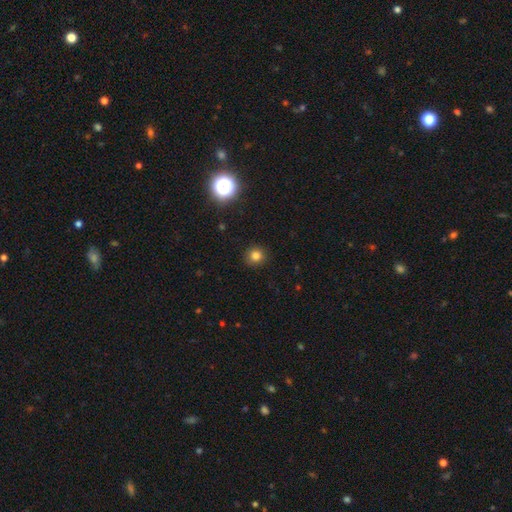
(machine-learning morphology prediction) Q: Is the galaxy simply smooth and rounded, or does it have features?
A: smooth — 80%.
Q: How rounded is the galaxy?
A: round — 89%.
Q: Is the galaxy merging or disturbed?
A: none — 90%.